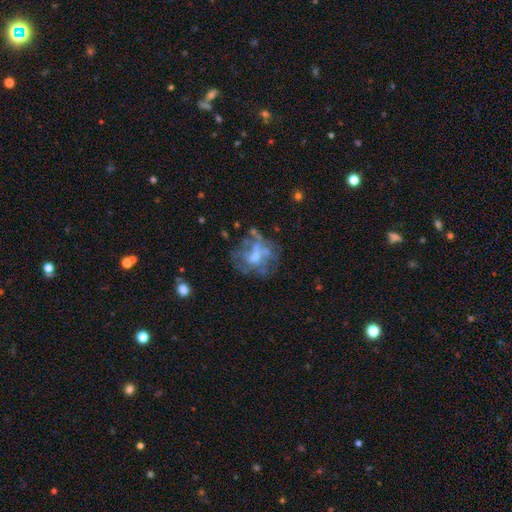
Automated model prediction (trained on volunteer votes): smooth_or_featured: featured or disk (p=0.65) [alt: smooth p=0.23]
disk_edge_on: no (p=0.97) [alt: yes p=0.03]
bar: no (p=0.74) [alt: weak p=0.21]
has_spiral_arms: no (p=0.73) [alt: yes p=0.27]
bulge_size: moderate (p=0.47) [alt: small p=0.38]
merging: none (p=0.48) [alt: major disturbance p=0.25]